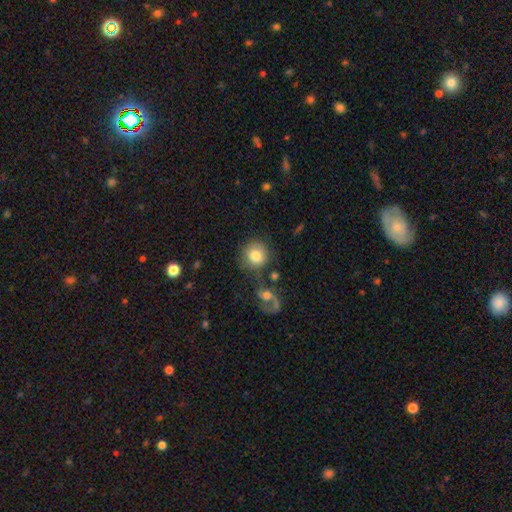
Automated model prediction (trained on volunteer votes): smooth 77%, featured or disk 15%, star or artifact 8%. Down the decision tree: how rounded — round (87%); merging — none (60%).